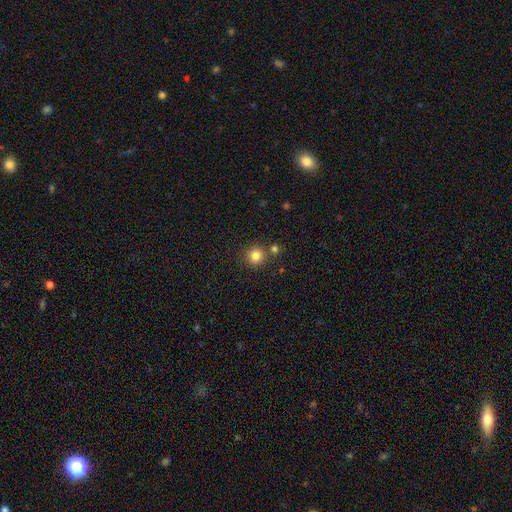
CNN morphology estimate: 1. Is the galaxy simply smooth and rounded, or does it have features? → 82% smooth, 13% star or artifact, 6% featured or disk.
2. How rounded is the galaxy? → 93% round, 6% in between, 1% cigar-shaped.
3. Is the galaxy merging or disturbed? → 80% none, 11% merger, 7% minor disturbance, 2% major disturbance.